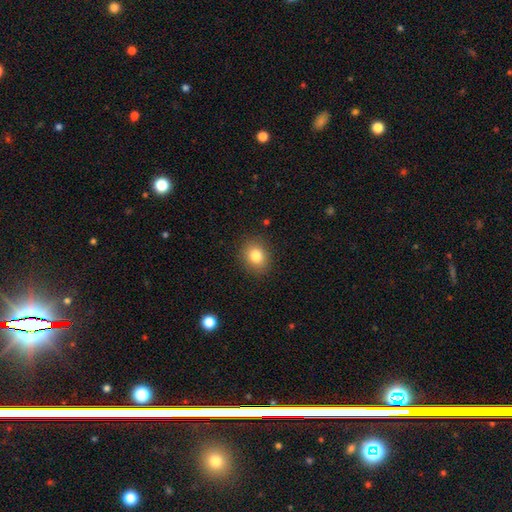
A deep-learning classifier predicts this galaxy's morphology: smooth 81%, star or artifact 11%, featured or disk 8%. Down the decision tree: how rounded — round (63%); merging — none (88%).